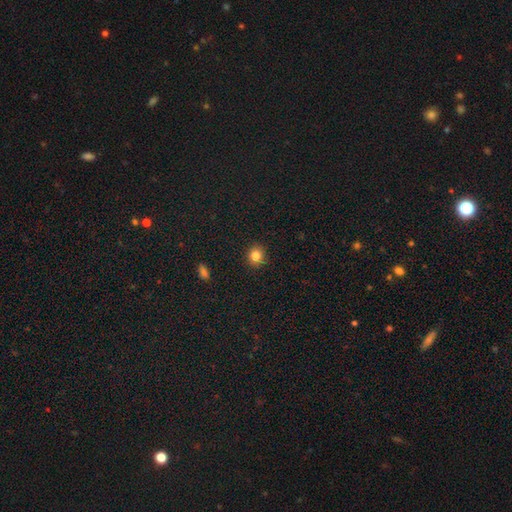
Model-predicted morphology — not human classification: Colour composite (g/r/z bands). It shows a smooth galaxy with no disk features (82%) that is round (84%). Merging: none (90%).